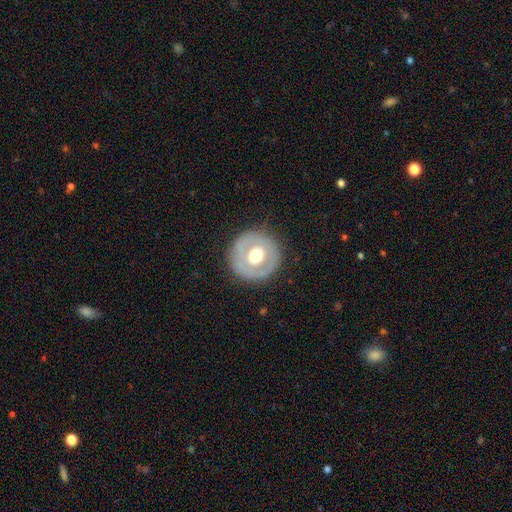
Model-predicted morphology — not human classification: This is possibly a featured or disk galaxy (47%). Merging: clearly none (84%).